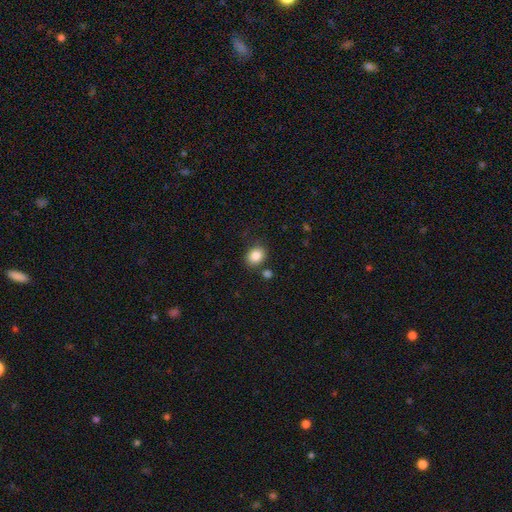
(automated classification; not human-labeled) Q: Smooth or featured?
A: smooth (86%); runner-up: star or artifact (9%)
Q: How rounded?
A: round (56%); runner-up: in between (43%)
Q: Merging?
A: none (78%); runner-up: minor disturbance (12%)